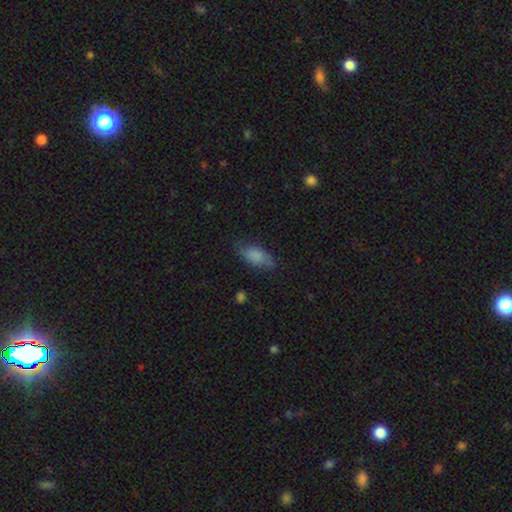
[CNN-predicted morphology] Smooth or featured: smooth — 80% (featured or disk — 12%)
How rounded: in between — 86% (cigar-shaped — 11%)
Merging: none — 70% (minor disturbance — 23%)